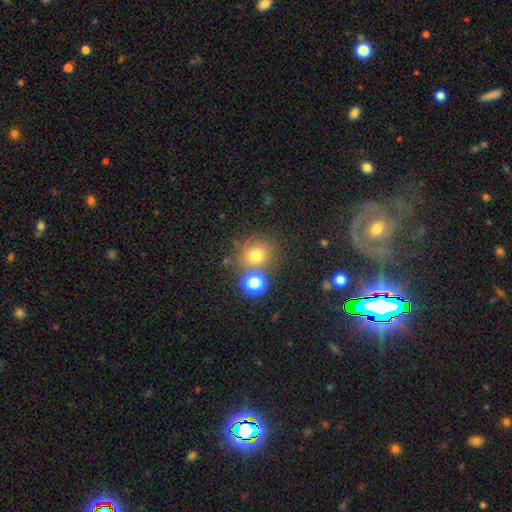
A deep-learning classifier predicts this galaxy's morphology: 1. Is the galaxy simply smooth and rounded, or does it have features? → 68% smooth, 21% star or artifact, 11% featured or disk.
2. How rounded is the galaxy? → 86% round, 13% in between, 1% cigar-shaped.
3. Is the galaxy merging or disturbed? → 67% none, 17% merger, 11% minor disturbance, 5% major disturbance.